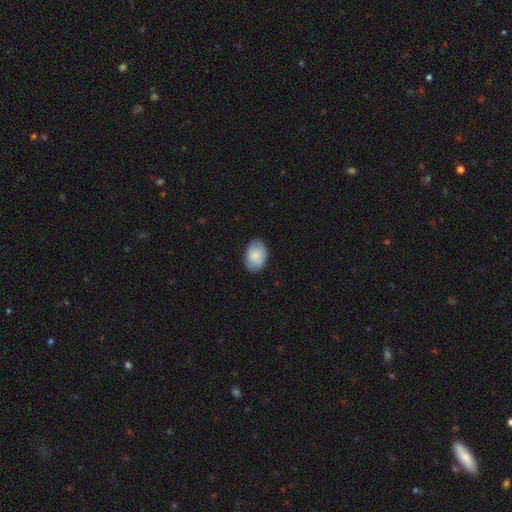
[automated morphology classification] smooth-or-featured: smooth: 84% | featured or disk: 10% | star or artifact: 6%
  how-rounded: in between: 86% | round: 13% | cigar-shaped: 1%
  merging: none: 82% | minor disturbance: 14% | major disturbance: 3% | merger: 1%